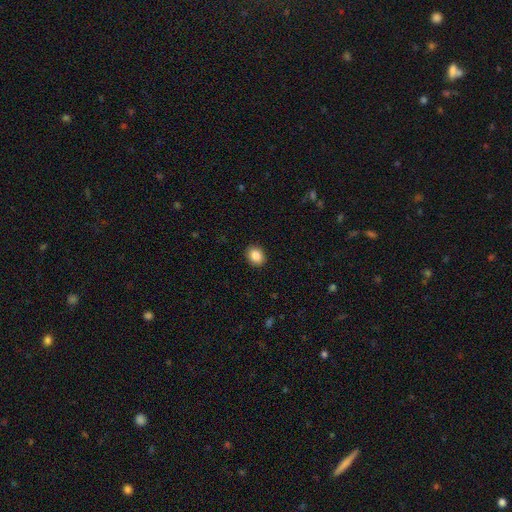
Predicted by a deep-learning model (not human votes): A smooth galaxy with no disk features (87%) that is round (53%). Merging: none (91%).